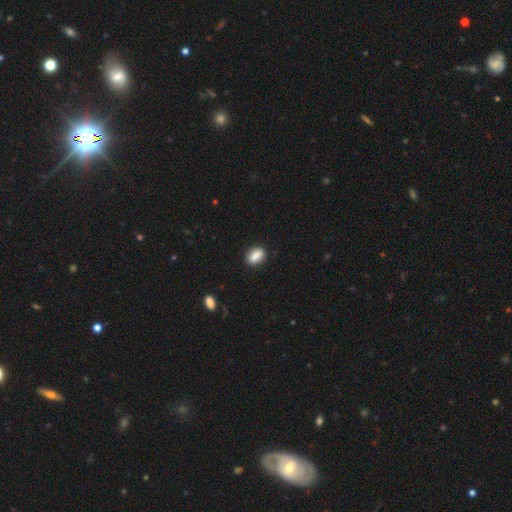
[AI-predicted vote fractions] Q: Smooth or featured?
A: smooth (85%); runner-up: featured or disk (8%)
Q: How rounded?
A: in between (80%); runner-up: round (16%)
Q: Merging?
A: none (87%); runner-up: minor disturbance (9%)